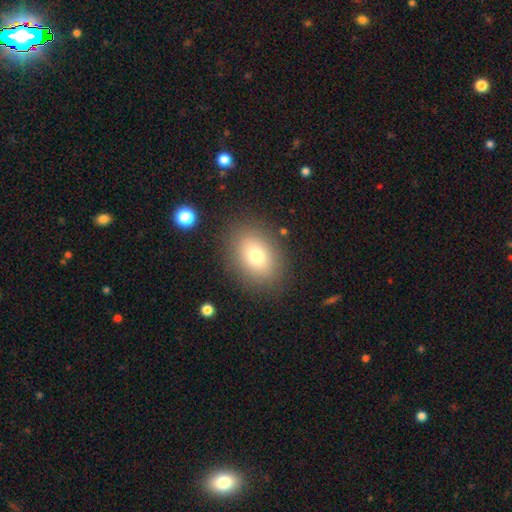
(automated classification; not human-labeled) smooth-or-featured: smooth: 75% | featured or disk: 13% | star or artifact: 12%
  how-rounded: in between: 70% | round: 29% | cigar-shaped: 1%
  merging: none: 85% | minor disturbance: 10% | major disturbance: 4% | merger: 2%